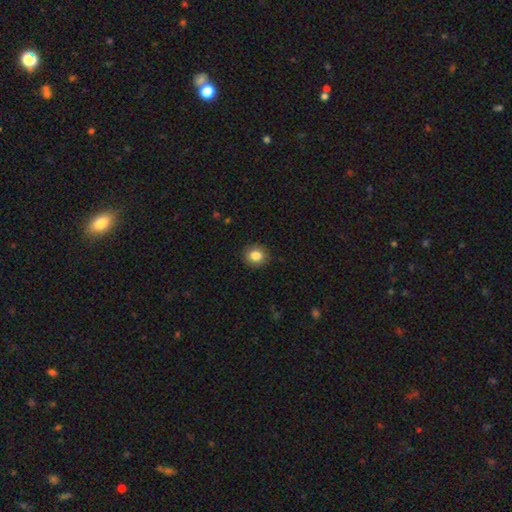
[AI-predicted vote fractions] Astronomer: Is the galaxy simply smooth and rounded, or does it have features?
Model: smooth — 84%.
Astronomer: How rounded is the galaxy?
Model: round — 81%.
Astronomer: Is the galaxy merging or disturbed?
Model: none — 90%.